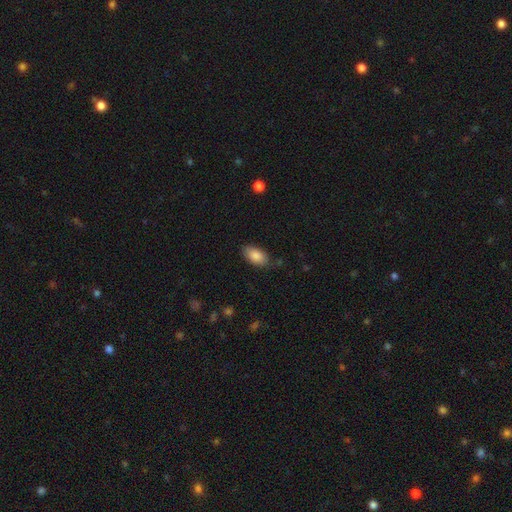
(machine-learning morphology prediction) Smooth or featured? smooth (86%)
How rounded? in between (94%)
Merging? none (80%)